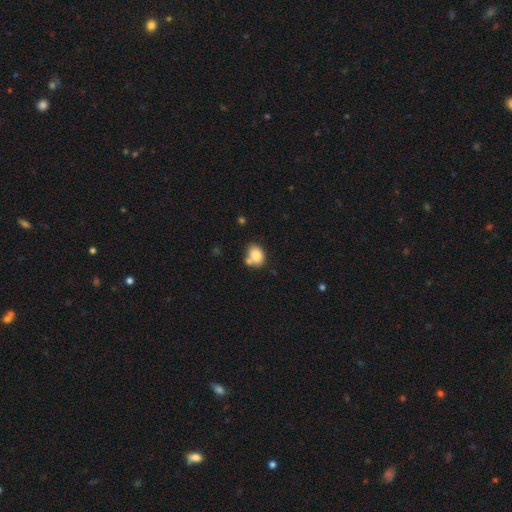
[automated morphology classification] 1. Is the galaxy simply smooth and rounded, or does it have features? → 81% smooth, 10% featured or disk, 9% star or artifact.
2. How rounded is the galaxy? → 59% in between, 40% round, 1% cigar-shaped.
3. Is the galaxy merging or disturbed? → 55% none, 24% merger, 17% minor disturbance, 5% major disturbance.